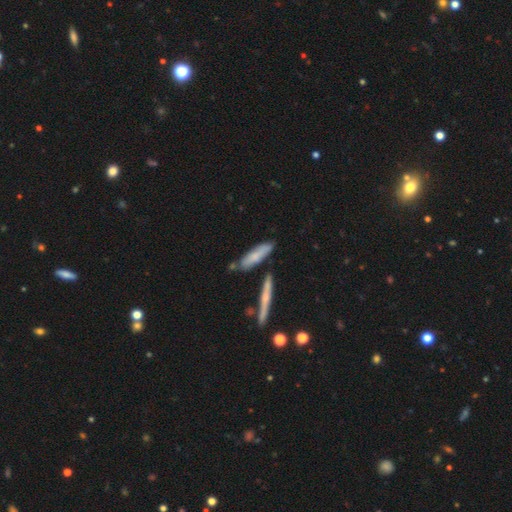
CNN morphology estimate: A smooth galaxy with no disk features (65%) that is cigar-shaped (65%).

Vote fractions:
- Smooth or featured? smooth: 65% / featured or disk: 28% / star or artifact: 6%
- How rounded? cigar-shaped: 65% / in between: 32% / round: 2%
- Merging? none: 69% / minor disturbance: 16% / merger: 12% / major disturbance: 4%